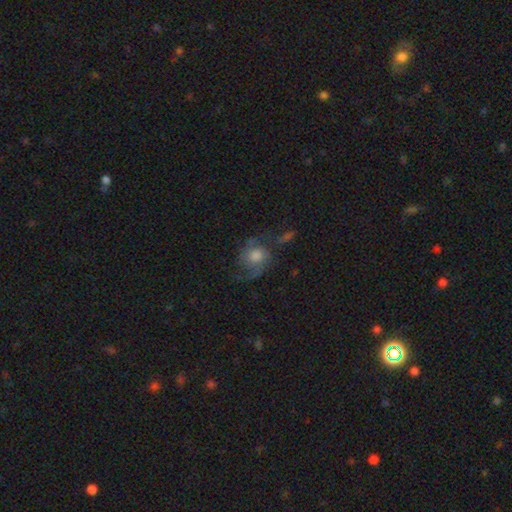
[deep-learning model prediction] smooth-or-featured: featured or disk: 68% | smooth: 22% | star or artifact: 10%
  disk-edge-on: no: 97% | yes: 3%
    bar: no: 74% | weak: 23% | strong: 3%
    has-spiral-arms: yes: 91% | no: 9%
      spiral-winding: medium: 44% | loose: 42% | tight: 14%
      spiral-arm-count: 2: 84% | can't tell: 6% | 1: 4% | 3: 3% | 4: 1% | more than 4: 1%
    bulge-size: moderate: 44% | large: 32% | small: 13% | none: 6% | dominant: 5%
  merging: none: 59% | minor disturbance: 19% | major disturbance: 18% | merger: 4%